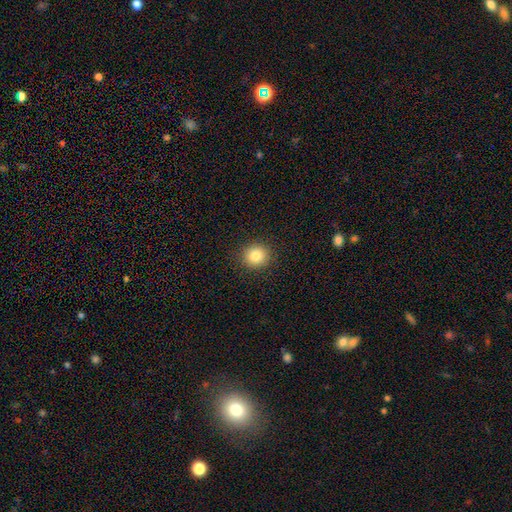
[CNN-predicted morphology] The model was most divided on "smooth or featured": smooth: 84%, star or artifact: 11%, featured or disk: 6%. More confident: merging — none (91%); how rounded — round (88%).